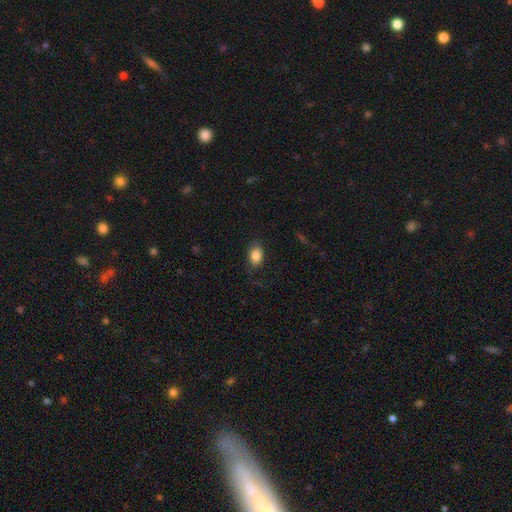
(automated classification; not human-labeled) A smooth galaxy with no disk features (84%) that is in between round and cigar-shaped (79%).

Vote fractions:
- Smooth or featured? smooth: 84% / star or artifact: 8% / featured or disk: 8%
- How rounded? in between: 79% / round: 20% / cigar-shaped: 1%
- Merging? none: 79% / minor disturbance: 15% / major disturbance: 5% / merger: 1%